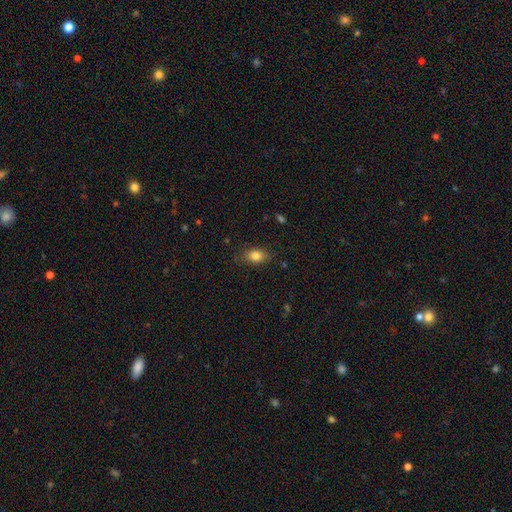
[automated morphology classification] smooth-or-featured: smooth: 83% | star or artifact: 9% | featured or disk: 8%
  how-rounded: in between: 82% | round: 15% | cigar-shaped: 3%
  merging: none: 82% | minor disturbance: 13% | major disturbance: 3% | merger: 1%